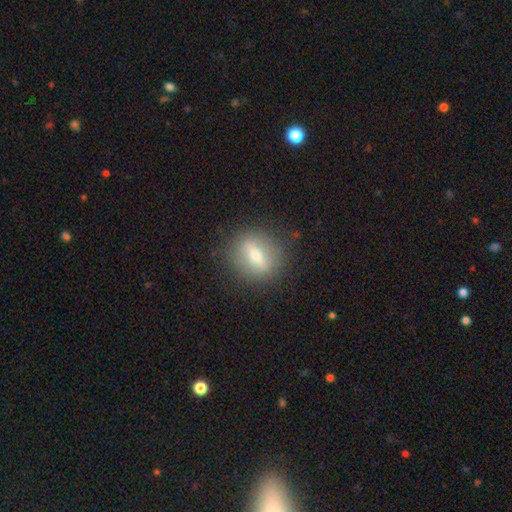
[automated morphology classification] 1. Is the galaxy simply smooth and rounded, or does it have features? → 48% smooth, 43% featured or disk, 9% star or artifact.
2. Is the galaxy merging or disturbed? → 85% none, 10% minor disturbance, 4% major disturbance, 1% merger.